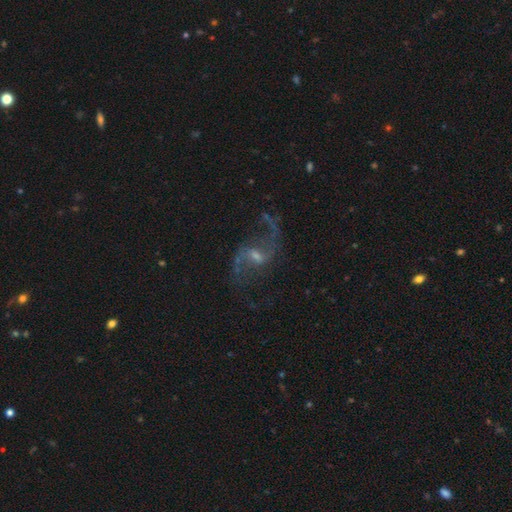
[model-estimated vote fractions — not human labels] A featured or disk galaxy (87%) with a weak bar (50%), 2 (91%) loose (73%) spiral arms (96%) and a small central bulge (49%). Merging: none (73%).